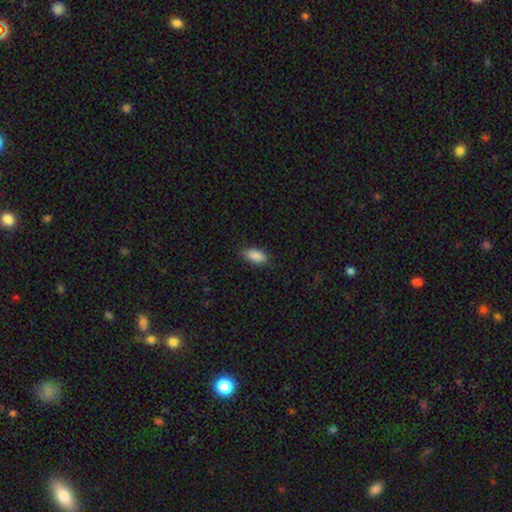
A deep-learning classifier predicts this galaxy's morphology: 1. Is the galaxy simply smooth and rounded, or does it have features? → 89% smooth, 7% star or artifact, 5% featured or disk.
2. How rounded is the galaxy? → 90% in between, 7% cigar-shaped, 3% round.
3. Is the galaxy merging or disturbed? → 81% none, 15% minor disturbance, 3% major disturbance, 1% merger.